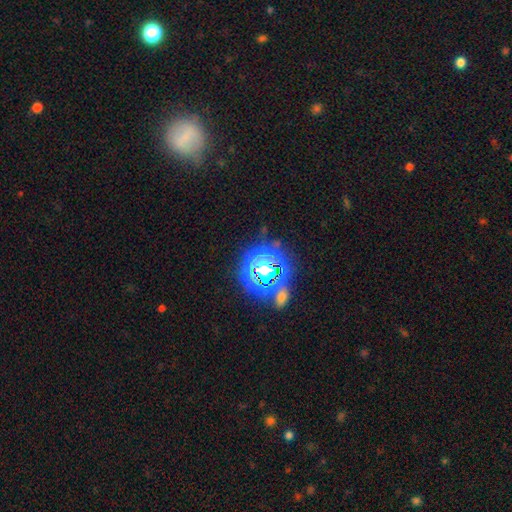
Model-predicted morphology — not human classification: Q: Smooth or featured?
A: star or artifact (72%); runner-up: smooth (19%)